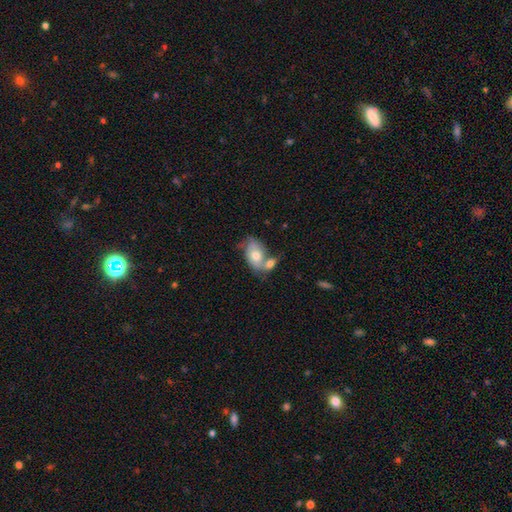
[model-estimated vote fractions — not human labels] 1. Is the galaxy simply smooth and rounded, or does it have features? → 54% smooth, 39% featured or disk, 7% star or artifact.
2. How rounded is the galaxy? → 85% in between, 14% round, 2% cigar-shaped.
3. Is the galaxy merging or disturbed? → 52% merger, 26% none, 14% minor disturbance, 8% major disturbance.